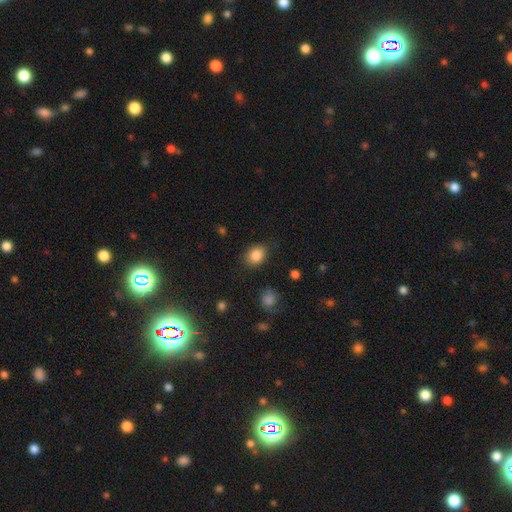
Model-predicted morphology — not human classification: type=smooth (85%); roundness=in between (52%); merging=none (80%).